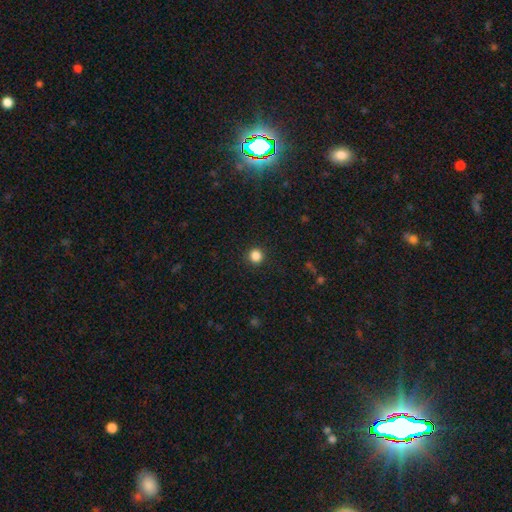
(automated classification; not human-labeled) The model was most divided on "smooth or featured": smooth: 85%, star or artifact: 11%, featured or disk: 3%. More confident: how rounded — round (93%); merging — none (92%).